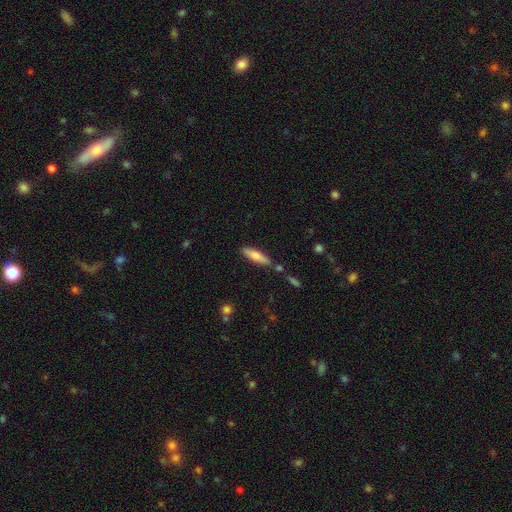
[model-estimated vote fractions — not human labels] smooth 74%, featured or disk 19%, star or artifact 6%. Down the decision tree: how rounded — cigar-shaped (66%); merging — none (79%).